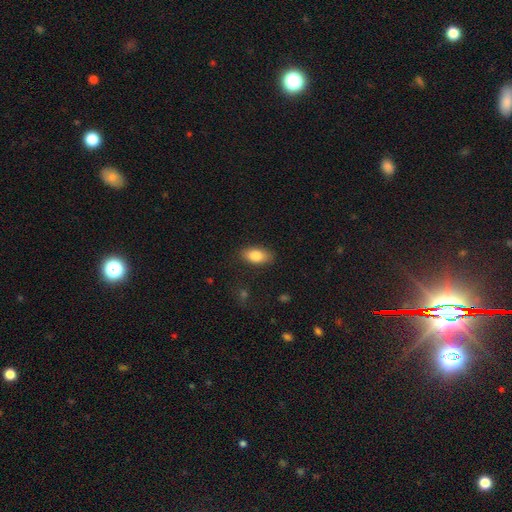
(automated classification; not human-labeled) Morphology: type=smooth (82%); roundness=in between (90%); merging=none (85%).